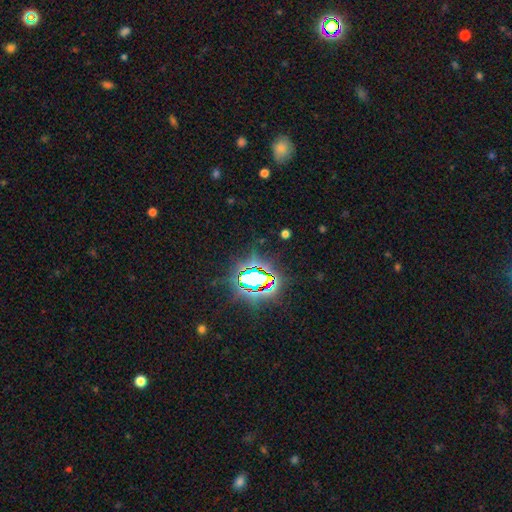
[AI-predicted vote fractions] Smooth or featured? Predicted: star or artifact (p=0.79).